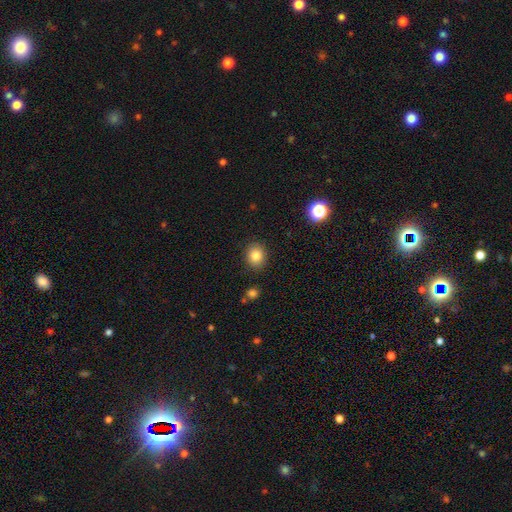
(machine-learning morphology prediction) This is clearly a smooth galaxy (83%). How rounded: likely round (68%). Merging: clearly none (89%).